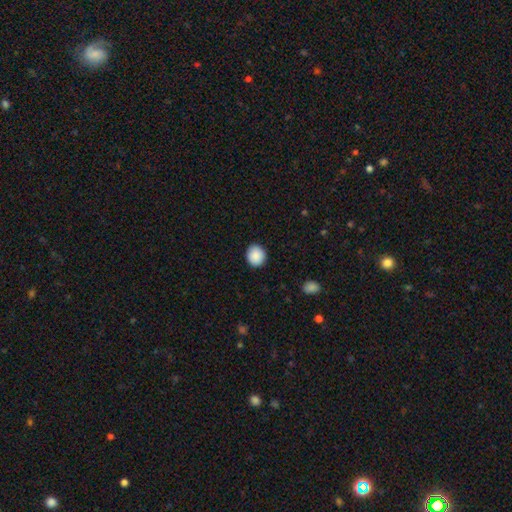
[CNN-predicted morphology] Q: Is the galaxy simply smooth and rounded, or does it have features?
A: smooth — 90%.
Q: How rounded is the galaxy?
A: round — 82%.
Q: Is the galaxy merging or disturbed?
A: none — 91%.